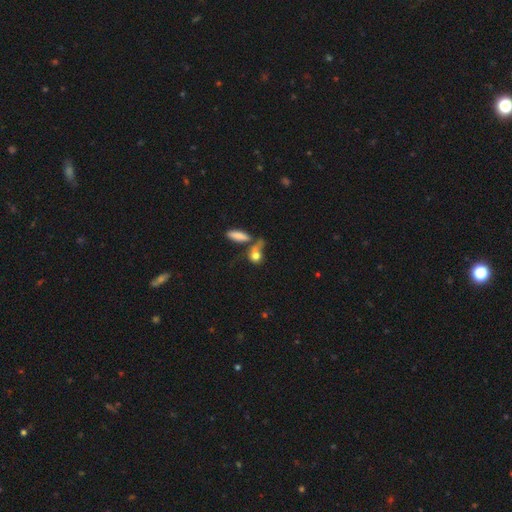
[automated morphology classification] A smooth galaxy with no disk features (75%) that is in between round and cigar-shaped (49%). Merging: none (35%).